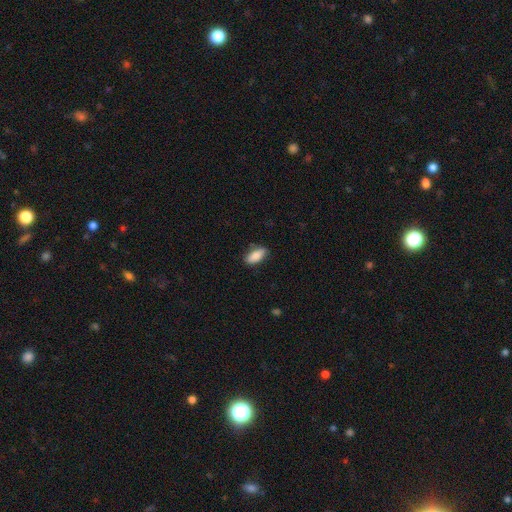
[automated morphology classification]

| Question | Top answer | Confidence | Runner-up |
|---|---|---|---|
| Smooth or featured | smooth | 84% | featured or disk (10%) |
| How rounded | in between | 85% | cigar-shaped (13%) |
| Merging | none | 81% | minor disturbance (15%) |